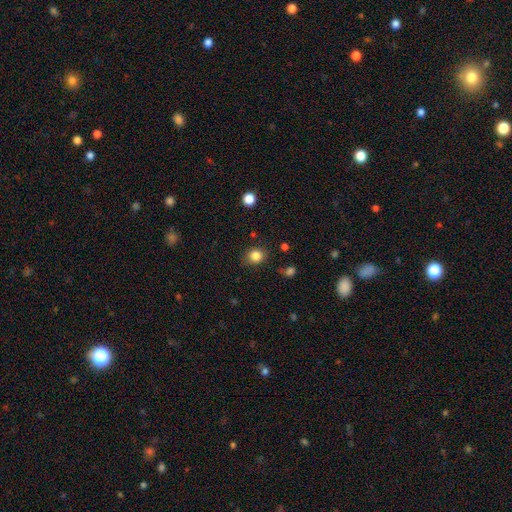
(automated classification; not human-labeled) smooth-or-featured: smooth: 84% | star or artifact: 11% | featured or disk: 5%
  how-rounded: round: 70% | in between: 29% | cigar-shaped: 1%
  merging: none: 81% | minor disturbance: 14% | major disturbance: 4% | merger: 2%